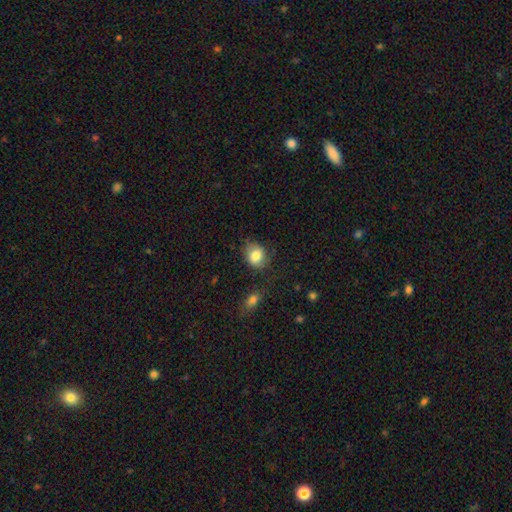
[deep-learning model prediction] Smooth or featured?
  - smooth: 82% *
  - featured or disk: 9%
  - star or artifact: 8%
How rounded?
  - round: 59% *
  - in between: 40%
  - cigar-shaped: 1%
Merging?
  - none: 66% *
  - minor disturbance: 24%
  - major disturbance: 7%
  - merger: 3%